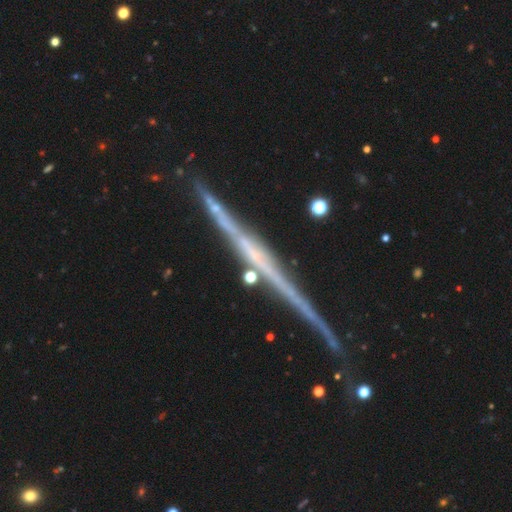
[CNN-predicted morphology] smooth-or-featured: featured or disk: 82% | smooth: 11% | star or artifact: 8%
  disk-edge-on: yes: 98% | no: 2%
    edge-on-bulge: none: 72% | rounded: 20% | boxy: 9%
  merging: none: 85% | minor disturbance: 10% | merger: 3% | major disturbance: 2%